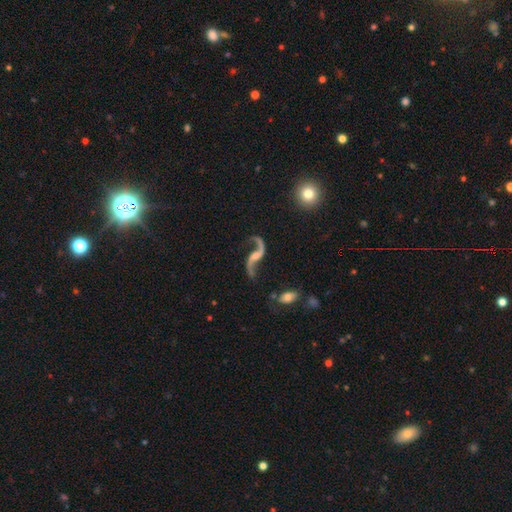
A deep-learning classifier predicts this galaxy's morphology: featured or disk 91%, star or artifact 5%, smooth 3%. Down the decision tree: edge-on disk — no (96%); bar — no (49%); spiral arms — yes (97%); spiral arm count — 2 (94%); spiral winding — loose (91%); bulge size — small (42%); merging — none (75%).